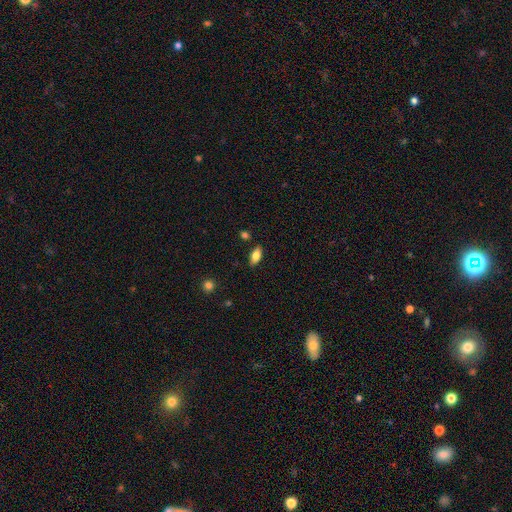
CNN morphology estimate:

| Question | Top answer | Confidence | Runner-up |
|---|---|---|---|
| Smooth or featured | smooth | 80% | featured or disk (13%) |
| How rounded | in between | 89% | cigar-shaped (8%) |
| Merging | none | 86% | minor disturbance (10%) |